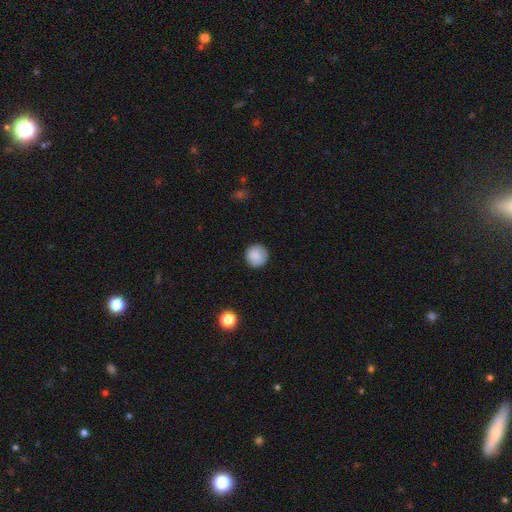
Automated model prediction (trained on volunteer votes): This appears to be a smooth galaxy with no disk features (87%) that is round (94%). Merging: none (89%).